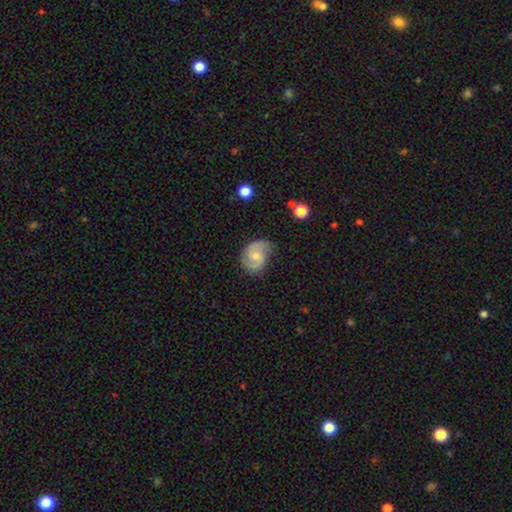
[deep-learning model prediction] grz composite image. It shows a featured or disk galaxy (68%) with no bar (47%), 2 (85%) medium (50%) spiral arms (93%) and a small central bulge (46%). Merging: none (64%).